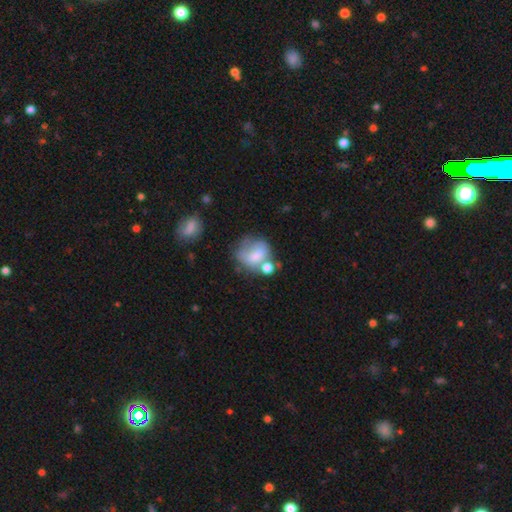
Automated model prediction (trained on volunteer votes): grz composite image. It shows a smooth galaxy with no disk features (63%) that is round (61%). Merging: none (33%).